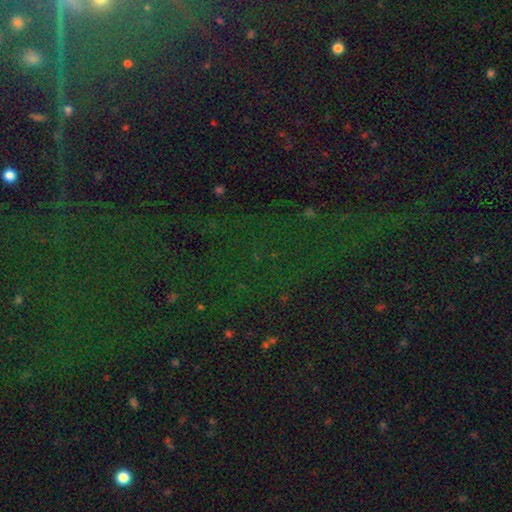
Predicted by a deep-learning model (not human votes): Morphology: type=star or artifact (81%).